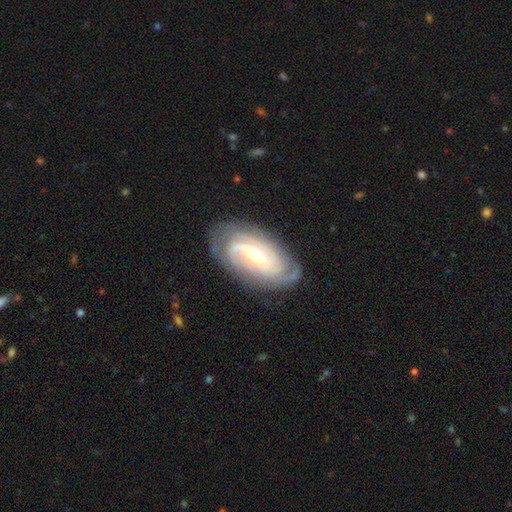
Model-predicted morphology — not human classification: Q: Smooth or featured?
A: featured or disk (86%); runner-up: smooth (9%)
Q: Edge-on disk?
A: no (95%); runner-up: yes (5%)
Q: Bar?
A: no (45%); runner-up: weak (40%)
Q: Spiral arms?
A: yes (96%); runner-up: no (4%)
Q: Spiral winding?
A: tight (58%); runner-up: medium (33%)
Q: Spiral arm count?
A: 2 (33%); runner-up: can't tell (26%)
Q: Bulge size?
A: moderate (54%); runner-up: small (41%)
Q: Merging?
A: none (77%); runner-up: minor disturbance (16%)